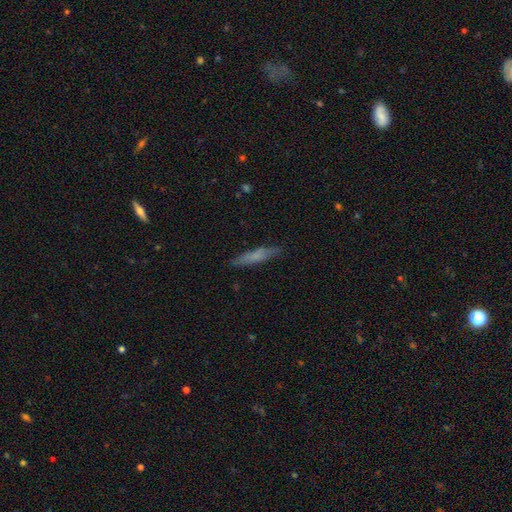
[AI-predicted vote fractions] This appears to be a smooth galaxy with no disk features (67%) that is cigar-shaped (88%). Merging: none (84%).